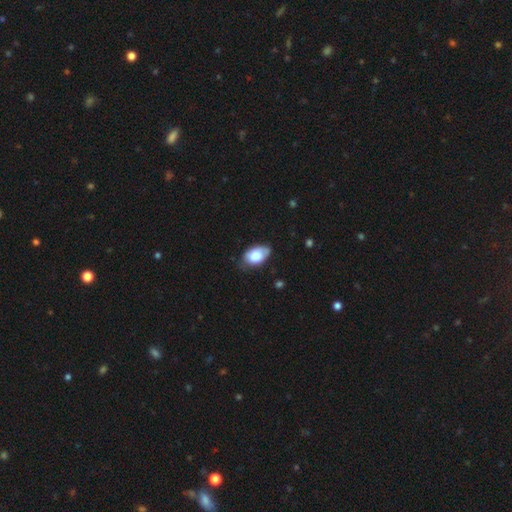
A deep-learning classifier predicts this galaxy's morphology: This appears to be a smooth galaxy with no disk features (75%) that is in between round and cigar-shaped (91%). Merging: none (58%).